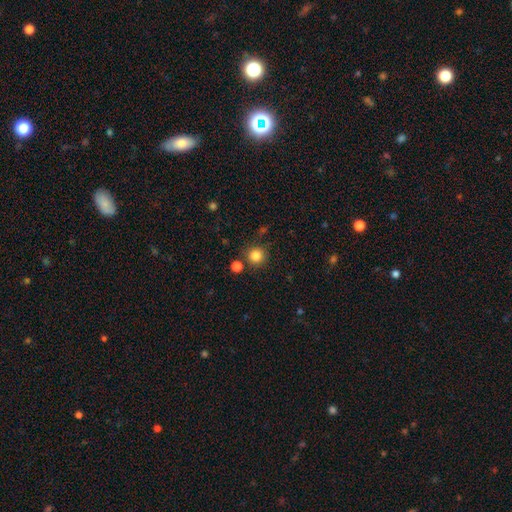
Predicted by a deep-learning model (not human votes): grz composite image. It shows a smooth galaxy with no disk features (83%) that is round (93%). Merging: none (82%).